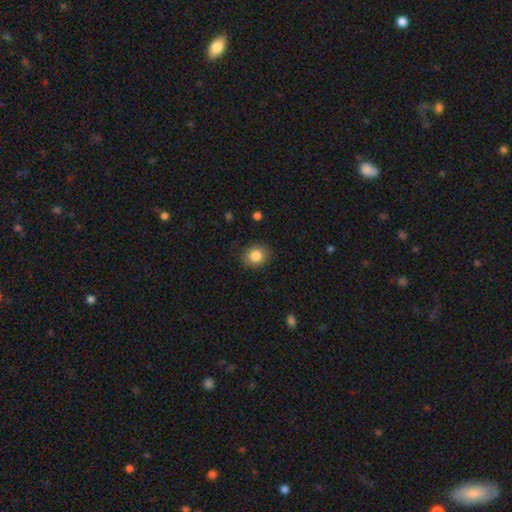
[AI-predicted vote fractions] Q: Smooth or featured?
A: smooth (85%); runner-up: star or artifact (9%)
Q: How rounded?
A: round (65%); runner-up: in between (34%)
Q: Merging?
A: none (86%); runner-up: minor disturbance (10%)